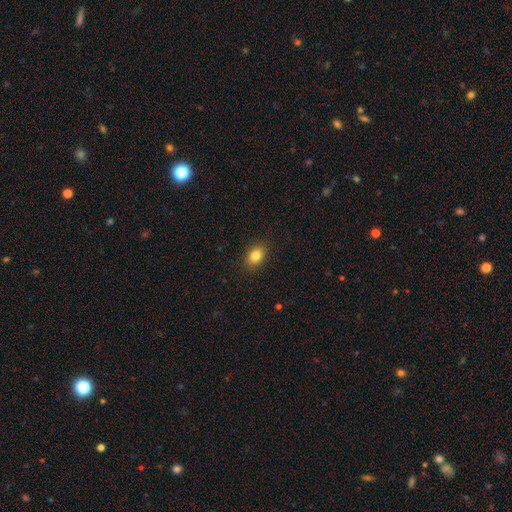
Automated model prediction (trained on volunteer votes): A smooth galaxy with no disk features (84%) that is in between round and cigar-shaped (76%). Merging: none (89%).